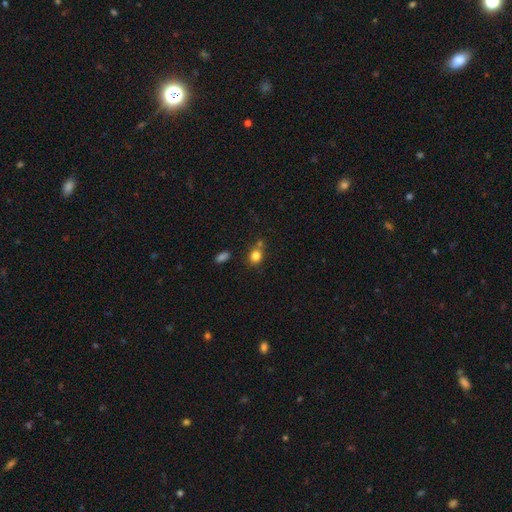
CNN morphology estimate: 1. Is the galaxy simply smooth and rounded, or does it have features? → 82% smooth, 12% star or artifact, 6% featured or disk.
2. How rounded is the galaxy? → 66% round, 33% in between, 1% cigar-shaped.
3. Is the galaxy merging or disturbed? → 63% none, 17% merger, 15% minor disturbance, 5% major disturbance.